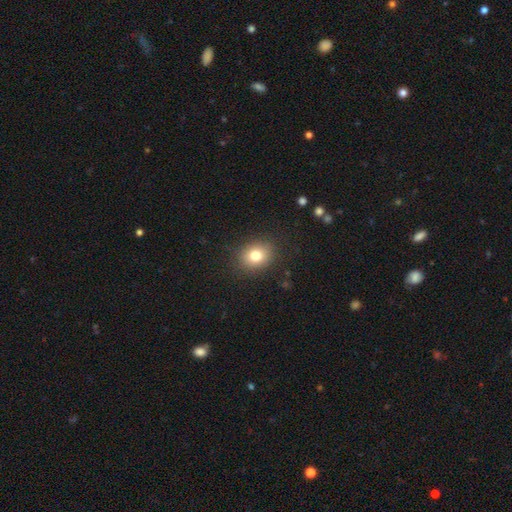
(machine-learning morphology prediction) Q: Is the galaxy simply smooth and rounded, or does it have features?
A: smooth — 79%.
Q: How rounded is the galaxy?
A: round — 56%.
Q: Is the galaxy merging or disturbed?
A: none — 88%.